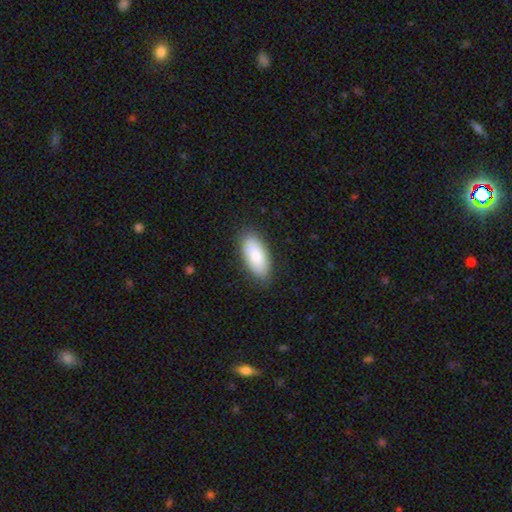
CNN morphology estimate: A smooth galaxy with no disk features (82%) that is in between round and cigar-shaped (89%). Merging: none (84%).